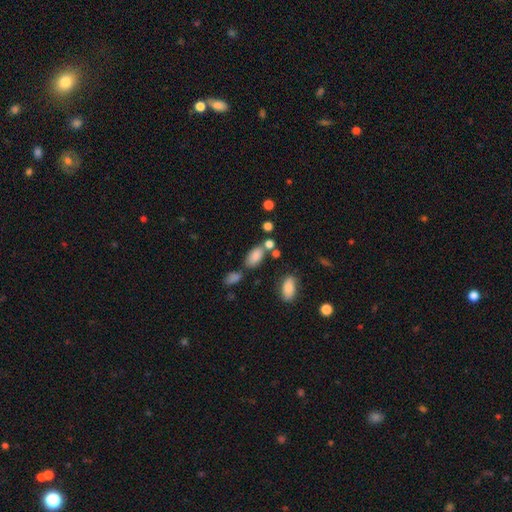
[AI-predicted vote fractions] Smooth or featured?
  - smooth: 82% *
  - star or artifact: 10%
  - featured or disk: 8%
How rounded?
  - in between: 90% *
  - round: 6%
  - cigar-shaped: 4%
Merging?
  - none: 57% *
  - merger: 20%
  - minor disturbance: 17%
  - major disturbance: 6%